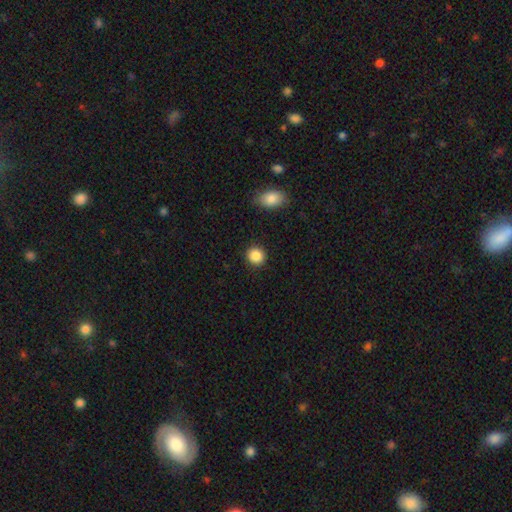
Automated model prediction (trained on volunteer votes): Smooth or featured? smooth (88%)
How rounded? round (88%)
Merging? none (91%)